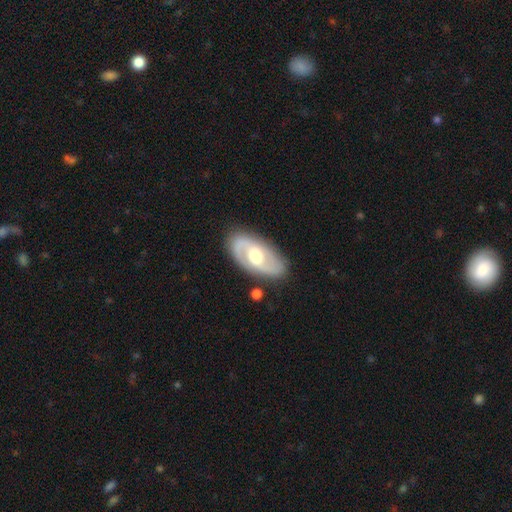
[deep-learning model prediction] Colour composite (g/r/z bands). It shows a featured or disk galaxy (77%) with no bar (47%), 2 (87%) medium (47%) spiral arms (85%) and a moderate central bulge (72%). Merging: none (83%).